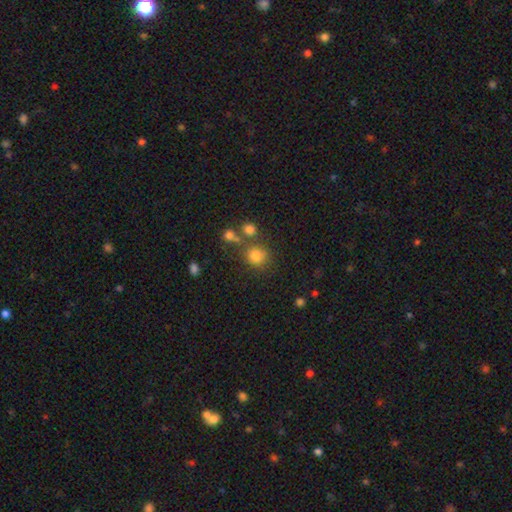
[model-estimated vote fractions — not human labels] Smooth or featured? Predicted: smooth (p=0.79). How rounded? Predicted: round (p=0.84). Merging? Predicted: none (p=0.69).